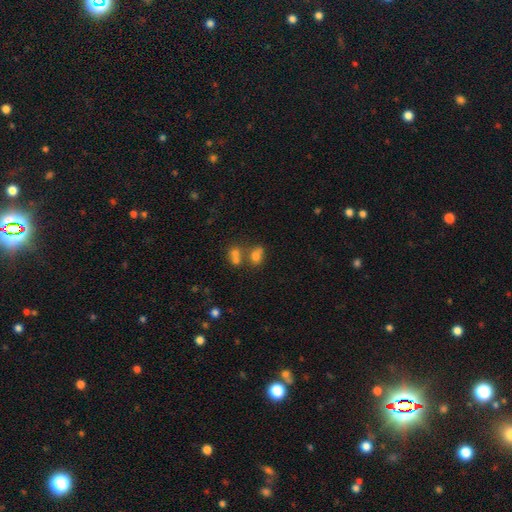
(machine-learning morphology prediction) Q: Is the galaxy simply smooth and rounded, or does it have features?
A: smooth — 69%.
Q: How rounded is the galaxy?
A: in between — 65%.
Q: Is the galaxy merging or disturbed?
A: merger — 44%.